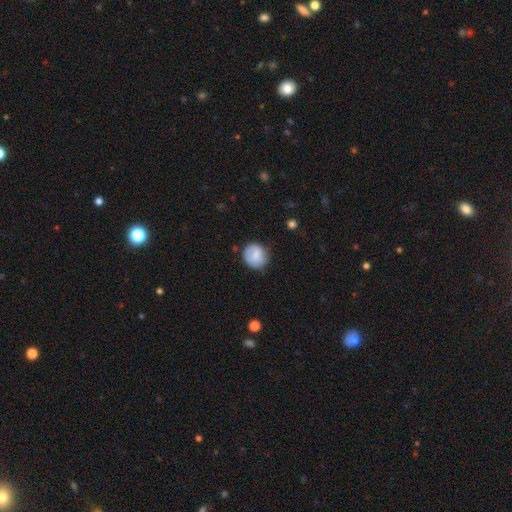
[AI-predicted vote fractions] Morphology: type=smooth (81%); roundness=round (85%); merging=none (78%).